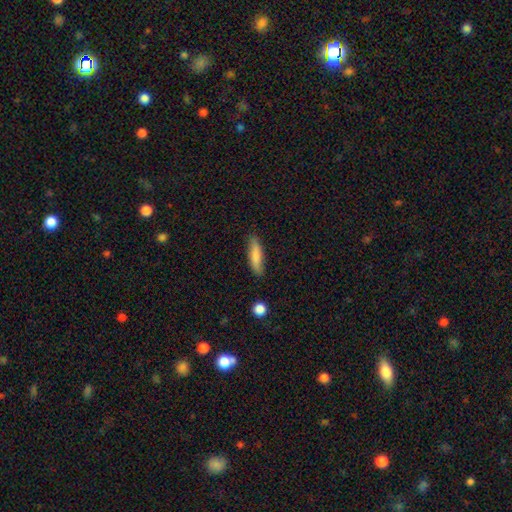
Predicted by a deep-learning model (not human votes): Overall: smooth (79%). How rounded: cigar-shaped (70%). Merging: none (81%).